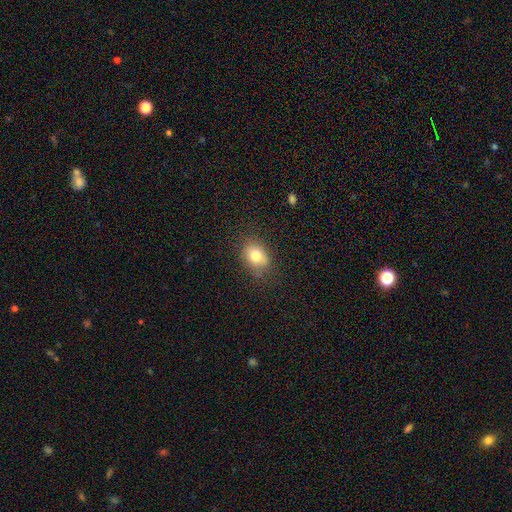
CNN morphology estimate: Smooth or featured?
  - smooth: 79% *
  - featured or disk: 11%
  - star or artifact: 10%
How rounded?
  - in between: 62% *
  - round: 37%
  - cigar-shaped: 1%
Merging?
  - none: 77% *
  - minor disturbance: 17%
  - major disturbance: 5%
  - merger: 2%